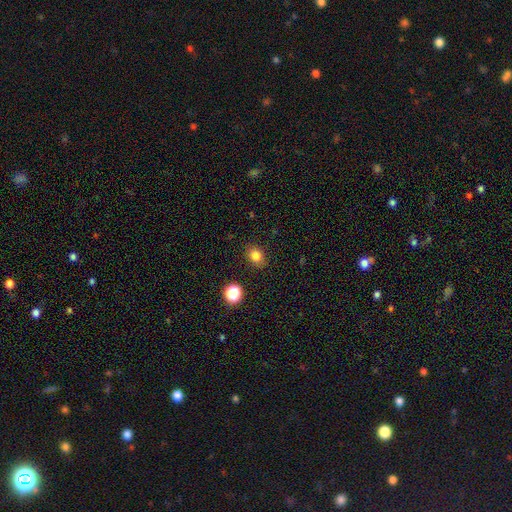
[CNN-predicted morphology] Smooth or featured? Predicted: smooth (p=0.82). How rounded? Predicted: round (p=0.54). Merging? Predicted: none (p=0.86).